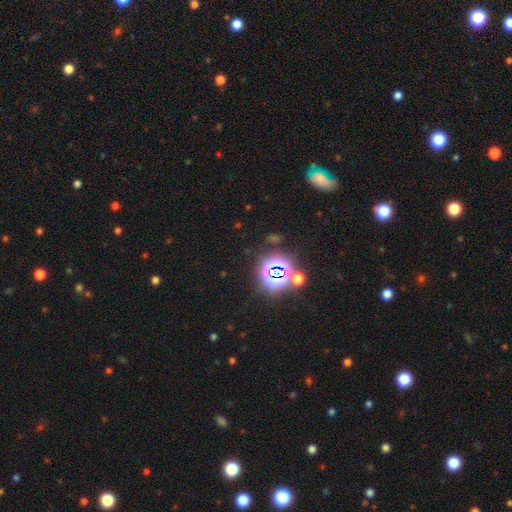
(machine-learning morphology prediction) smooth-or-featured: star or artifact: 79% | smooth: 13% | featured or disk: 8%